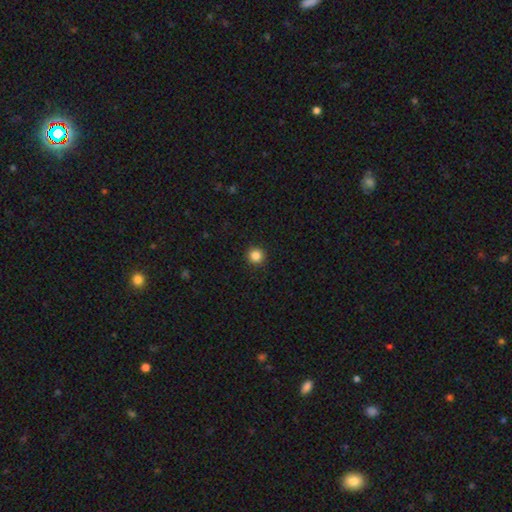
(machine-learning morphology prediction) This is clearly a smooth galaxy (85%). How rounded: clearly round (95%). Merging: clearly none (93%).